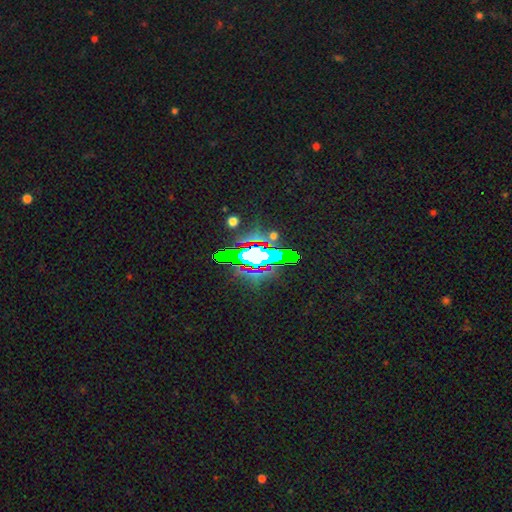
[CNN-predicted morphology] A star or artifact, not a galaxy (61%).

Vote fractions:
- Smooth or featured? star or artifact: 61% / smooth: 21% / featured or disk: 19%